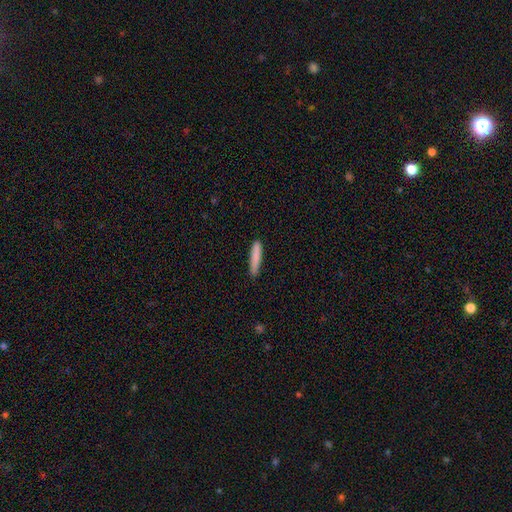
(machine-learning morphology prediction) Smooth or featured? Predicted: smooth (p=0.84). How rounded? Predicted: cigar-shaped (p=0.90). Merging? Predicted: none (p=0.86).